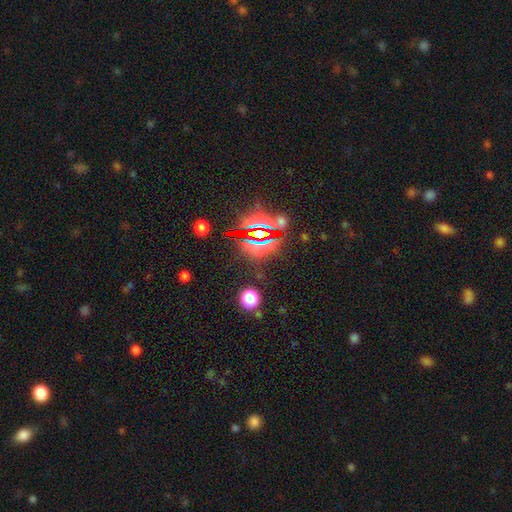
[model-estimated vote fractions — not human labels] The model was most divided on "smooth or featured": star or artifact: 83%, smooth: 9%, featured or disk: 8%.